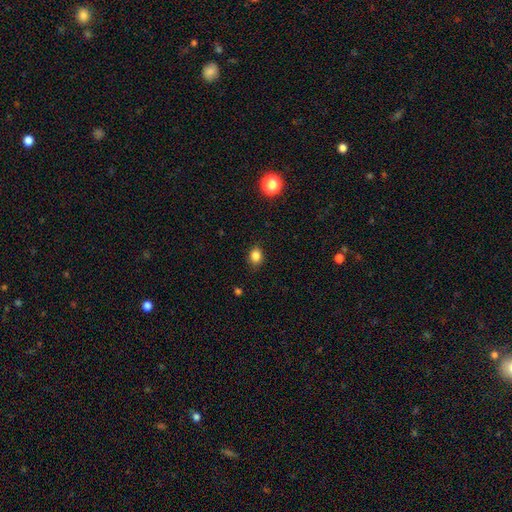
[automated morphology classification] type=smooth (84%); roundness=in between (52%); merging=none (84%).